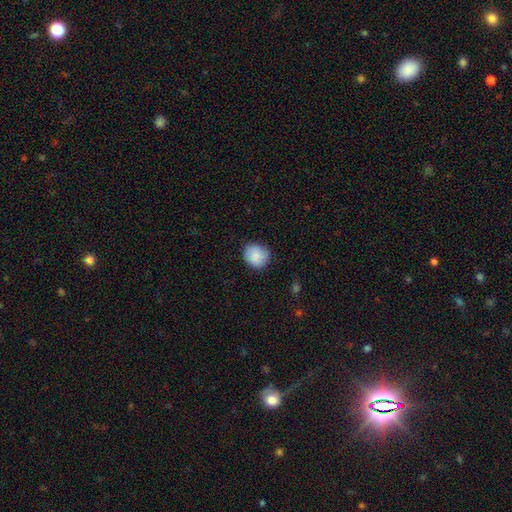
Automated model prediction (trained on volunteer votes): This is clearly a smooth galaxy (88%). How rounded: clearly round (85%). Merging: clearly none (83%).